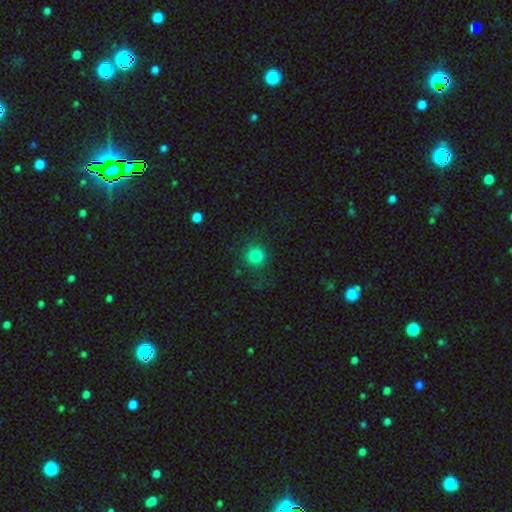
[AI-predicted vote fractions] smooth 84%, star or artifact 11%, featured or disk 5%. Down the decision tree: how rounded — round (92%); merging — none (80%).